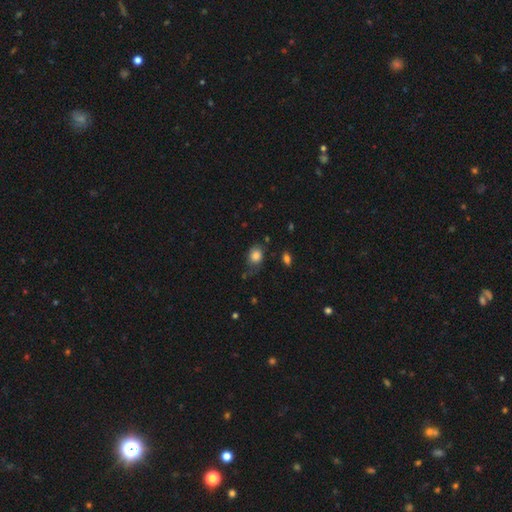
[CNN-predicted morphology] Smooth or featured: smooth — 81% (star or artifact — 10%)
How rounded: in between — 56% (round — 43%)
Merging: none — 59% (minor disturbance — 28%)